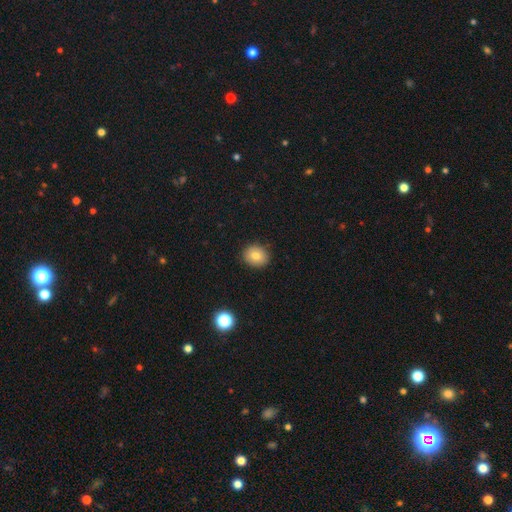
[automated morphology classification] type=smooth (78%); roundness=round (65%); merging=none (90%).